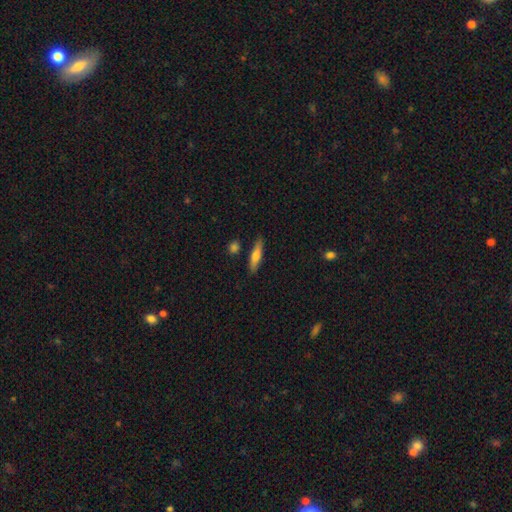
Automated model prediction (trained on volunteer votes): Smooth or featured? smooth (67%)
How rounded? cigar-shaped (76%)
Merging? none (82%)